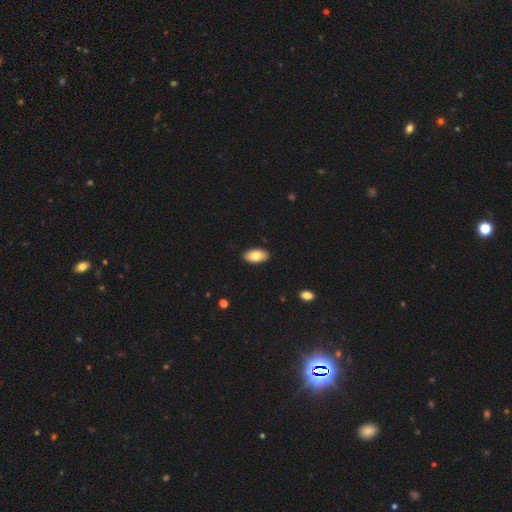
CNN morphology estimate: smooth-or-featured: smooth: 81% | featured or disk: 13% | star or artifact: 6%
  how-rounded: in between: 95% | round: 3% | cigar-shaped: 2%
  merging: none: 90% | minor disturbance: 7% | major disturbance: 2% | merger: 1%